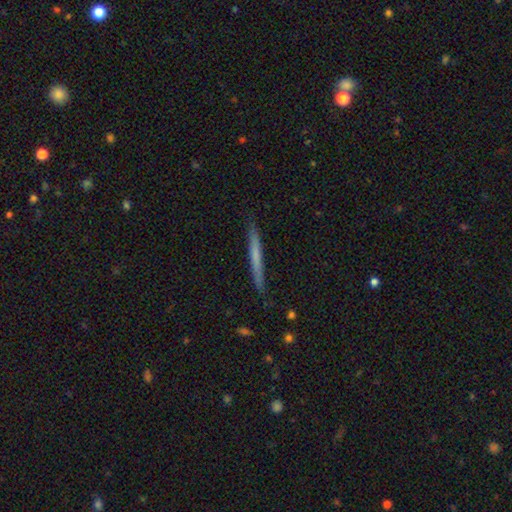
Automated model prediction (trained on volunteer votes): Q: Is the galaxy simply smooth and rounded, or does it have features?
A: smooth — 55%.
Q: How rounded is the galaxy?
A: cigar-shaped — 97%.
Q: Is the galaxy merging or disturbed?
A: none — 89%.